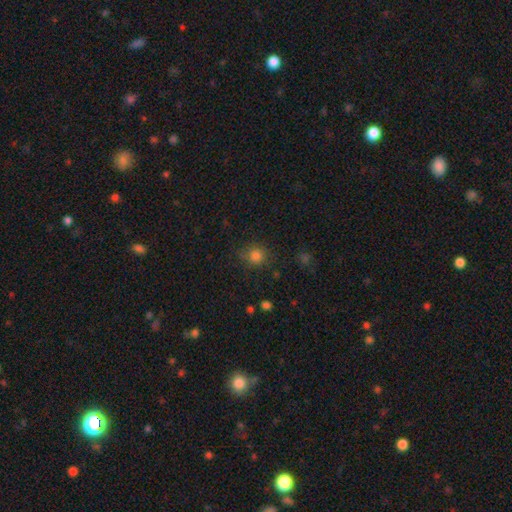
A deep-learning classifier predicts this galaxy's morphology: A smooth galaxy with no disk features (81%) that is round (85%). Merging: none (80%).